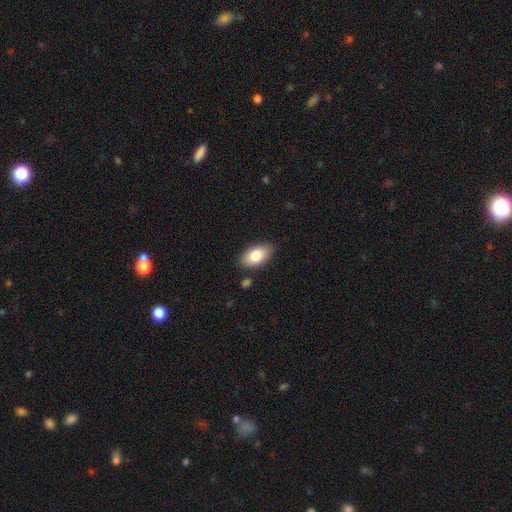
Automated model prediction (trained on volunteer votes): smooth-or-featured: smooth: 80% | featured or disk: 13% | star or artifact: 7%
  how-rounded: in between: 92% | round: 5% | cigar-shaped: 2%
  merging: none: 84% | minor disturbance: 12% | major disturbance: 2% | merger: 2%